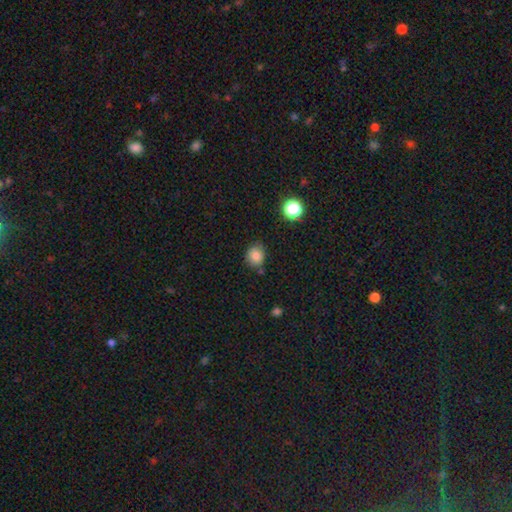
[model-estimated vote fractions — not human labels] This appears to be a smooth galaxy with no disk features (83%) that is round (69%). Merging: none (77%).